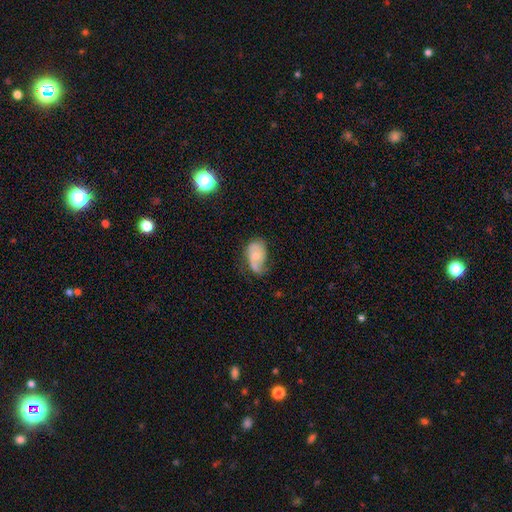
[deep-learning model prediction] A featured or disk galaxy (46%, tied with smooth).

Vote fractions:
- Smooth or featured? featured or disk: 46% (tied) / smooth: 46% (tied) / star or artifact: 7%
- Merging? none: 37% / minor disturbance: 36% / major disturbance: 23% / merger: 3%